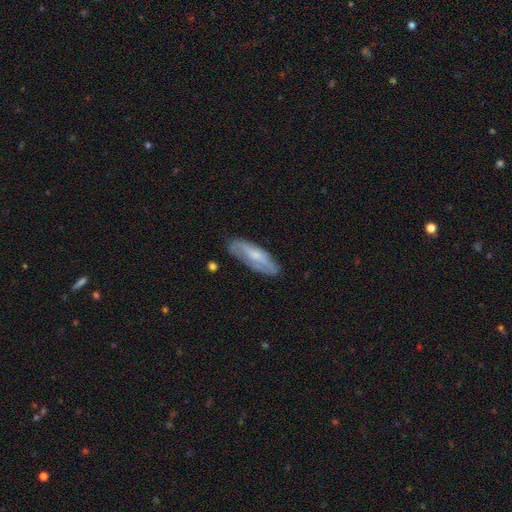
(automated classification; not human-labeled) smooth-or-featured: smooth: 50% | featured or disk: 43% | star or artifact: 6%
  how-rounded: in between: 56% | cigar-shaped: 42% | round: 2%
  merging: none: 71% | minor disturbance: 22% | major disturbance: 5% | merger: 2%